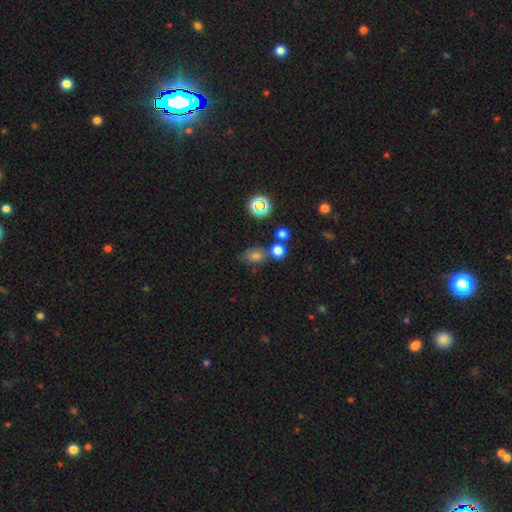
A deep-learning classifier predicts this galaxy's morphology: smooth 68%, star or artifact 22%, featured or disk 10%. Down the decision tree: how rounded — in between (61%); merging — none (55%).